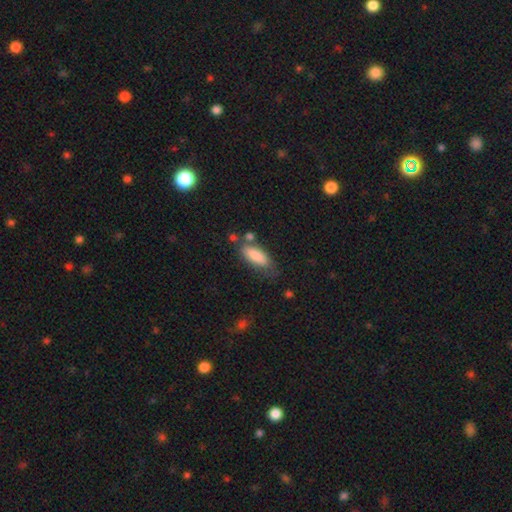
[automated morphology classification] smooth_or_featured: smooth (p=0.83) [alt: featured or disk p=0.10]
how_rounded: in between (p=0.74) [alt: cigar-shaped p=0.24]
merging: none (p=0.60) [alt: minor disturbance p=0.22]